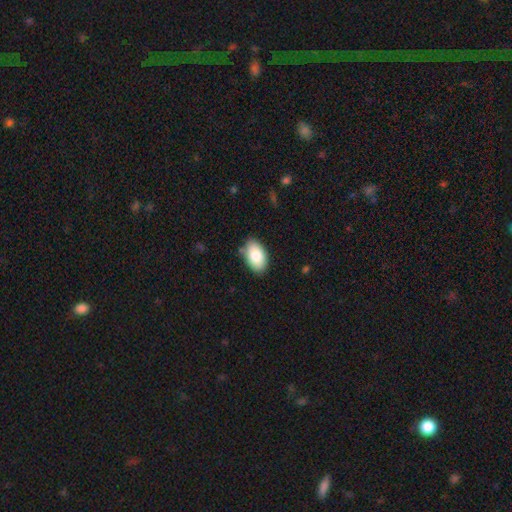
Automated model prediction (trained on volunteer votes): Smooth or featured? smooth (83%)
How rounded? in between (94%)
Merging? none (83%)